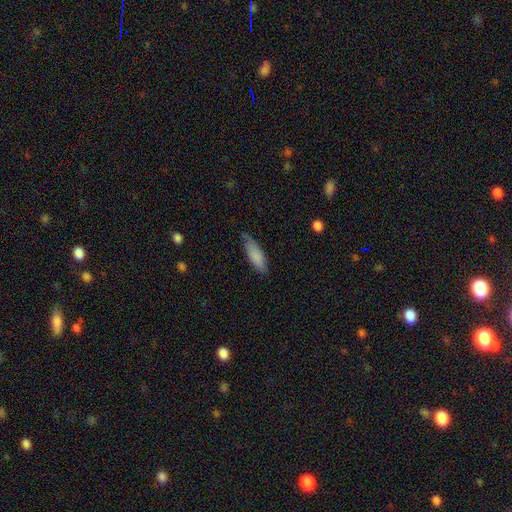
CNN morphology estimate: A smooth galaxy with no disk features (84%) that is in between round and cigar-shaped (56%). Merging: none (67%).